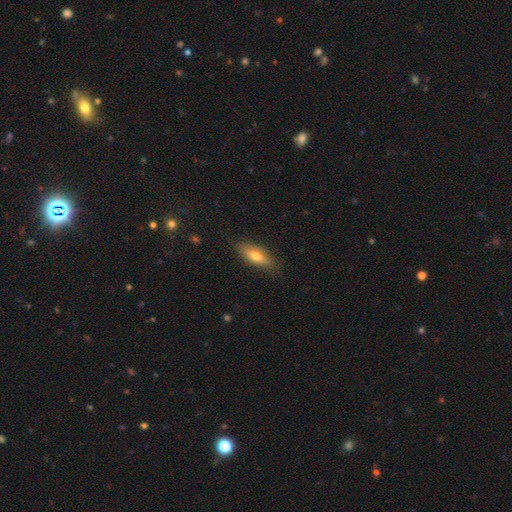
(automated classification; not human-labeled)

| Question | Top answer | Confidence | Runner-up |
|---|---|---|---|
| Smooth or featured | smooth | 68% | featured or disk (25%) |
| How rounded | in between | 60% | cigar-shaped (37%) |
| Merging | none | 83% | minor disturbance (13%) |